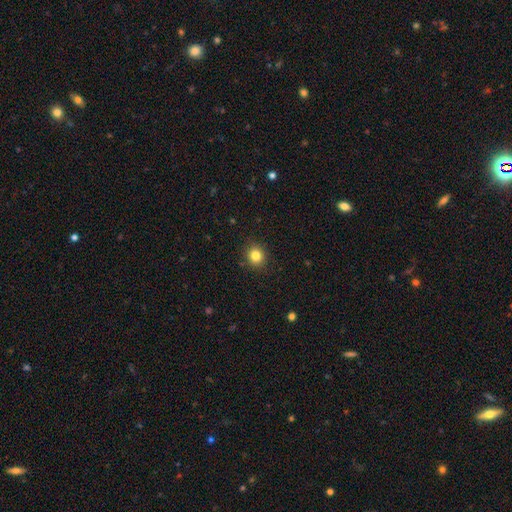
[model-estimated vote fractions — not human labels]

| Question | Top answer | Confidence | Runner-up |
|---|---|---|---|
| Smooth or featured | smooth | 82% | star or artifact (12%) |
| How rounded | round | 84% | in between (15%) |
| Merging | none | 90% | minor disturbance (7%) |